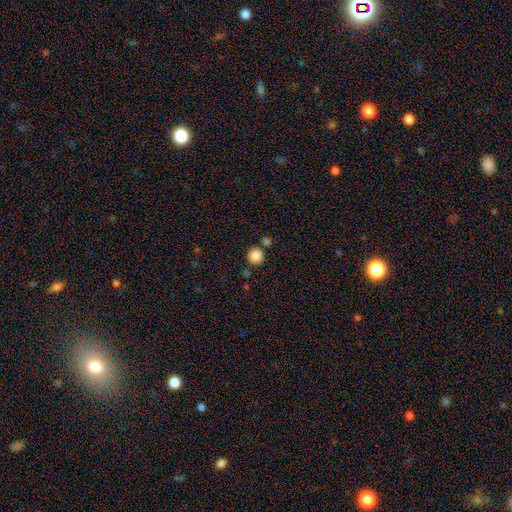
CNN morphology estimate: This is clearly a smooth galaxy (87%). How rounded: clearly round (94%). Merging: likely none (79%).